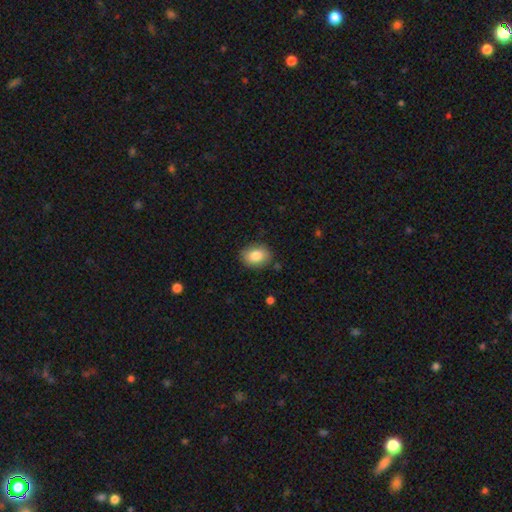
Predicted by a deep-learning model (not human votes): Smooth or featured: smooth — 85% (featured or disk — 8%)
How rounded: in between — 68% (round — 31%)
Merging: none — 85% (minor disturbance — 11%)